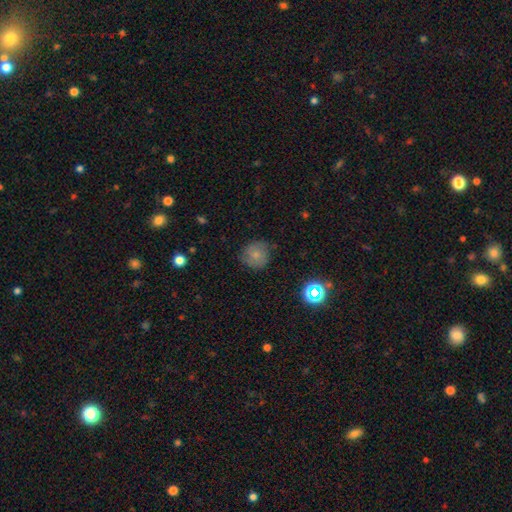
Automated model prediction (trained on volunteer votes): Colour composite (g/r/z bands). It shows a smooth galaxy with no disk features (74%) that is round (91%). Merging: none (77%).